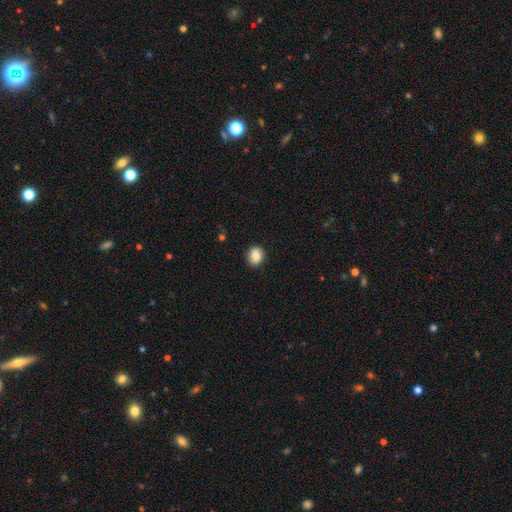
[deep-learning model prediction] Smooth or featured? Predicted: smooth (p=0.85). How rounded? Predicted: round (p=0.61). Merging? Predicted: none (p=0.87).